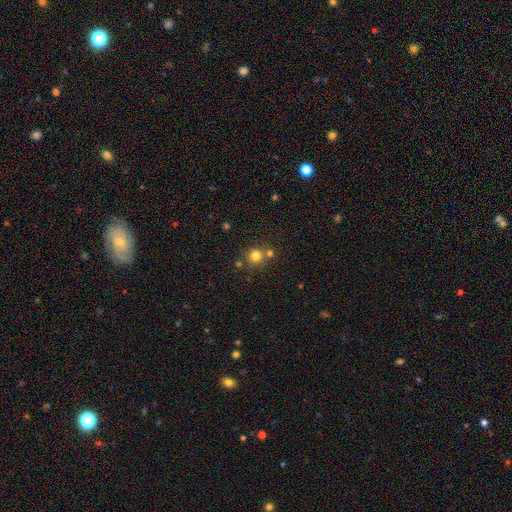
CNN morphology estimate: smooth_or_featured: smooth (p=0.78) [alt: star or artifact p=0.14]
how_rounded: round (p=0.89) [alt: in between p=0.10]
merging: none (p=0.70) [alt: merger p=0.19]